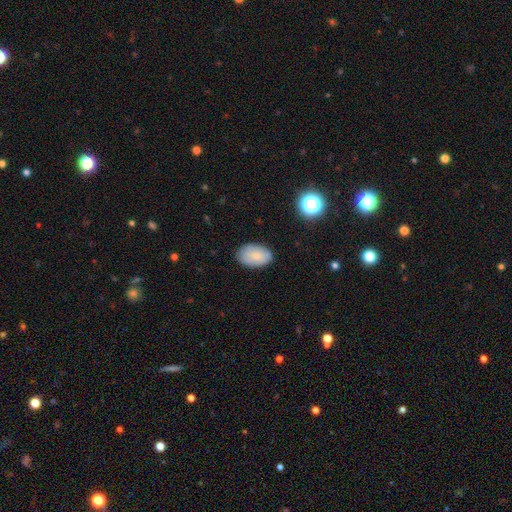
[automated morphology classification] This appears to be a smooth galaxy with no disk features (72%) that is in between round and cigar-shaped (89%). Merging: none (80%).